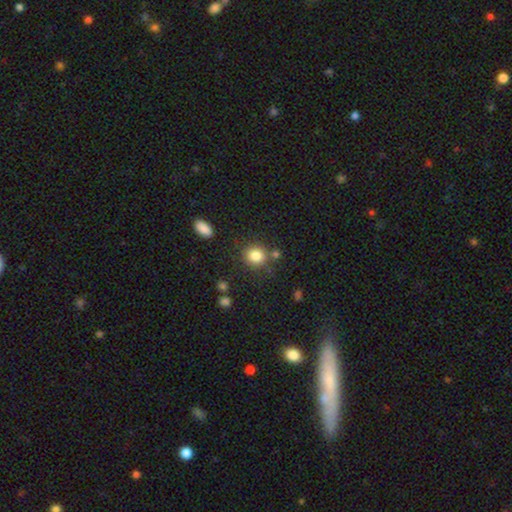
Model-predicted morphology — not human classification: This is clearly a smooth galaxy (83%). How rounded: clearly round (83%). Merging: likely none (78%).